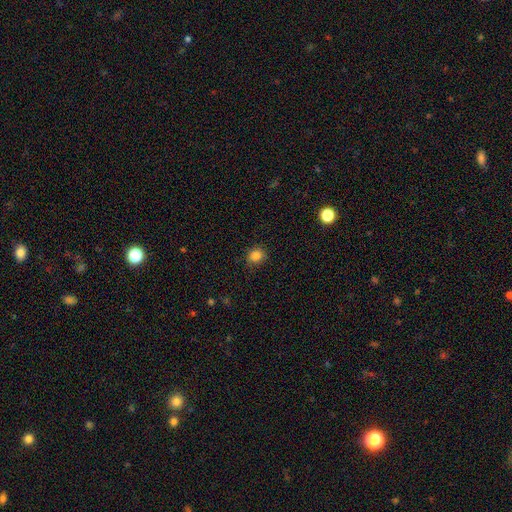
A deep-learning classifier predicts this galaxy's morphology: This is clearly a smooth galaxy (84%). How rounded: clearly round (85%). Merging: clearly none (85%).